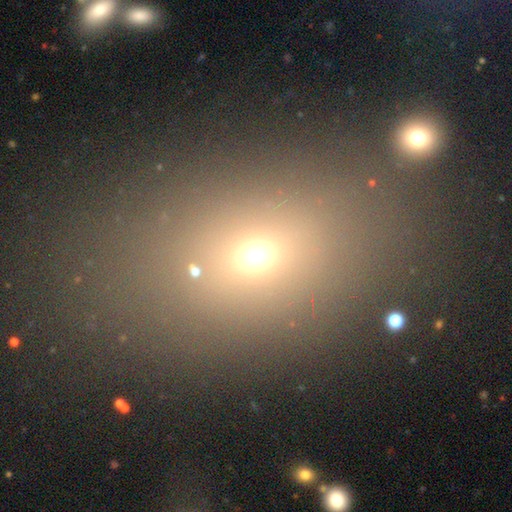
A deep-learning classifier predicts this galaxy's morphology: Smooth or featured? Predicted: smooth (p=0.64). How rounded? Predicted: in between (p=0.74). Merging? Predicted: none (p=0.74).